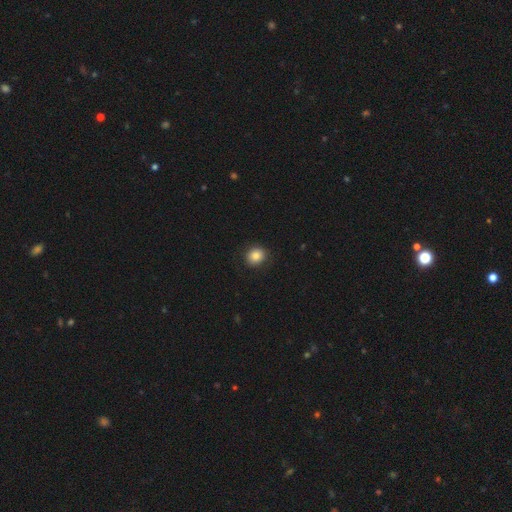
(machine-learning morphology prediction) Smooth or featured? Predicted: smooth (p=0.84). How rounded? Predicted: round (p=0.75). Merging? Predicted: none (p=0.88).